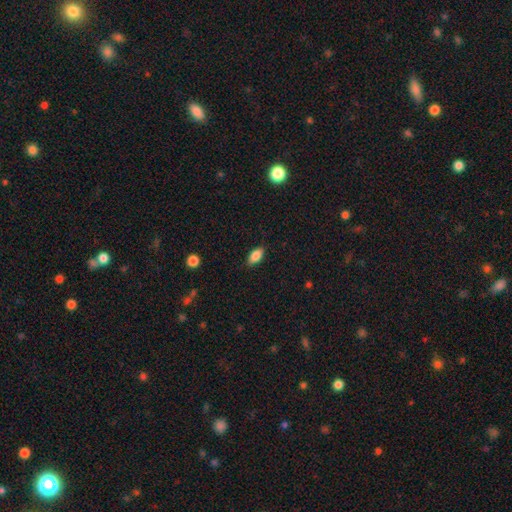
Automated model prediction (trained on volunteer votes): Smooth or featured? Predicted: smooth (p=0.85). How rounded? Predicted: in between (p=0.90). Merging? Predicted: none (p=0.86).